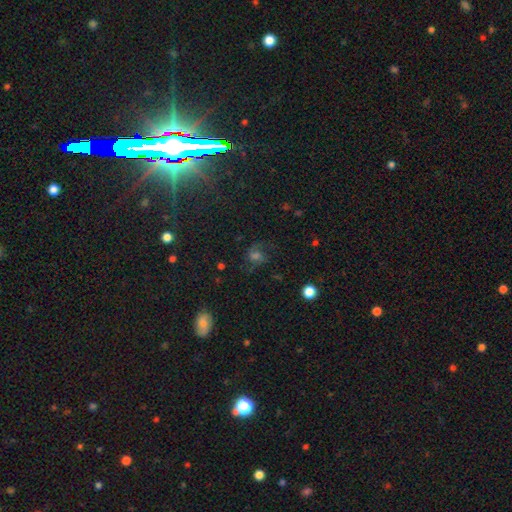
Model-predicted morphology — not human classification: A featured or disk galaxy (40%).

Vote fractions:
- Smooth or featured? featured or disk: 40% / smooth: 30% / star or artifact: 30%
- Merging? none: 63% / minor disturbance: 18% / major disturbance: 17% / merger: 2%